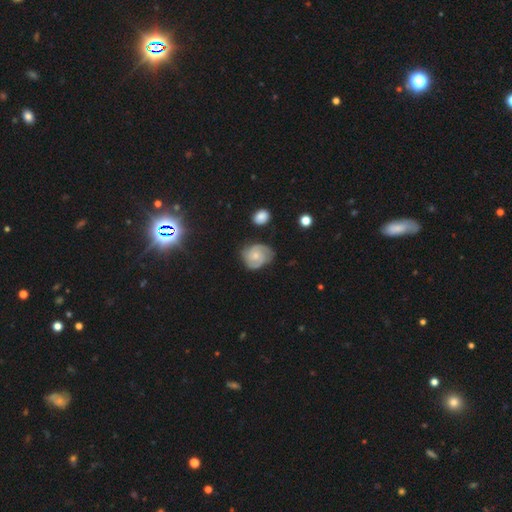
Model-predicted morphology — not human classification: A featured or disk galaxy (72%) with no bar (72%), 2 (60%) tight (54%) spiral arms (94%) and a small central bulge (57%). Merging: none (66%).